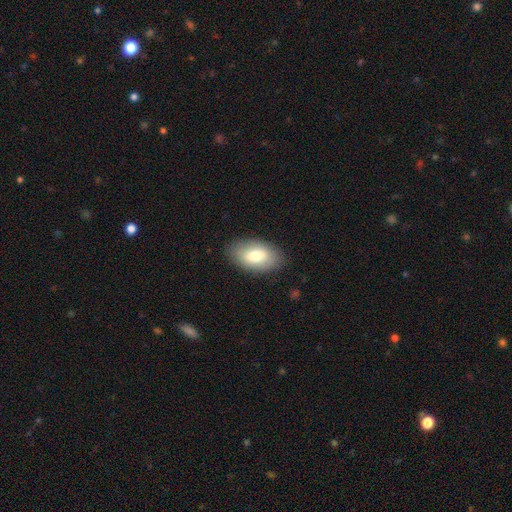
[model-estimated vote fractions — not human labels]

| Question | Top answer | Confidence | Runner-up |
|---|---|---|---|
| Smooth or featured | smooth | 73% | featured or disk (20%) |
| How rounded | in between | 93% | round (5%) |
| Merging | none | 86% | minor disturbance (10%) |